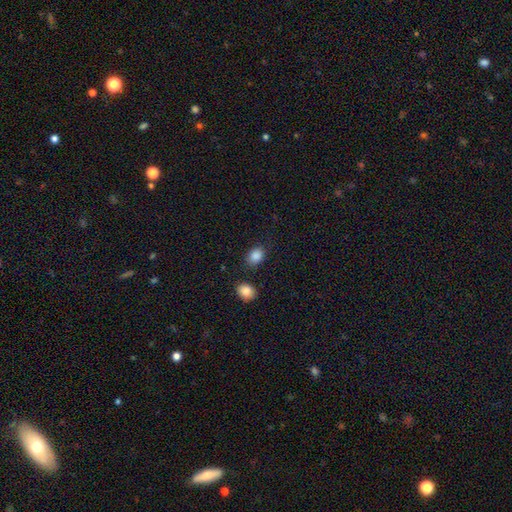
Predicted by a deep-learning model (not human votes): A smooth galaxy with no disk features (88%) that is in between round and cigar-shaped (64%).

Vote fractions:
- Smooth or featured? smooth: 88% / star or artifact: 8% / featured or disk: 4%
- How rounded? in between: 64% / round: 35% / cigar-shaped: 1%
- Merging? none: 80% / minor disturbance: 11% / merger: 5% / major disturbance: 3%